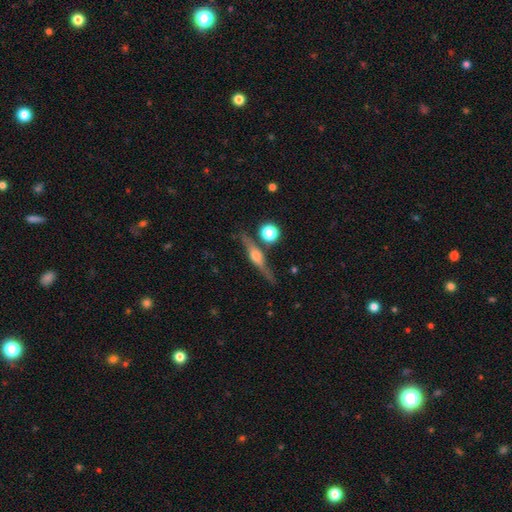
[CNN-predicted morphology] Smooth or featured: featured or disk — 76% (smooth — 17%)
Edge-on disk: yes — 95% (no — 5%)
Edge-on bulge: rounded — 88% (boxy — 9%)
Merging: none — 78% (minor disturbance — 13%)